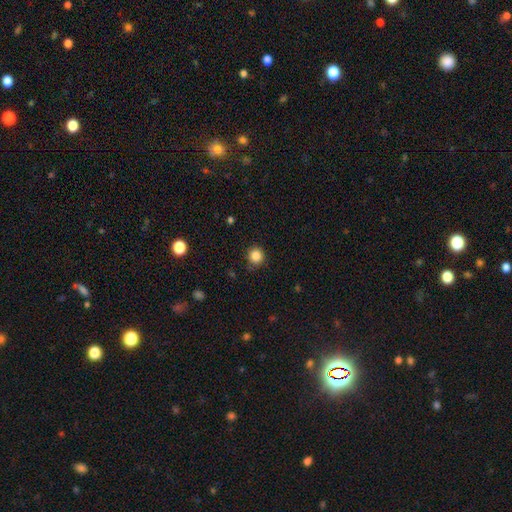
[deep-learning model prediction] Q: Smooth or featured?
A: smooth (85%); runner-up: star or artifact (11%)
Q: How rounded?
A: round (92%); runner-up: in between (7%)
Q: Merging?
A: none (86%); runner-up: minor disturbance (10%)